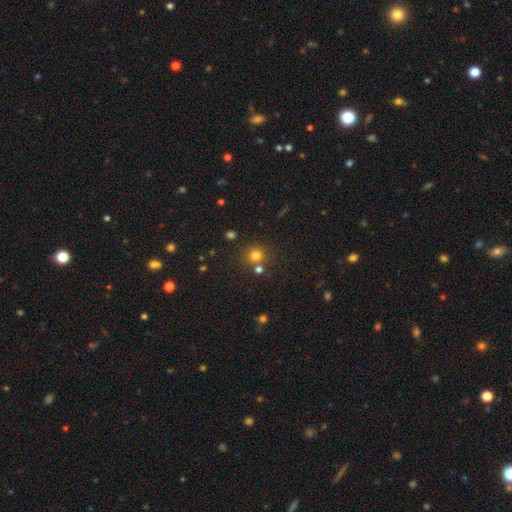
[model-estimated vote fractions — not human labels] Smooth or featured?
  - smooth: 76% *
  - star or artifact: 17%
  - featured or disk: 7%
How rounded?
  - round: 90% *
  - in between: 9%
  - cigar-shaped: 1%
Merging?
  - none: 74% *
  - merger: 15%
  - minor disturbance: 8%
  - major disturbance: 3%